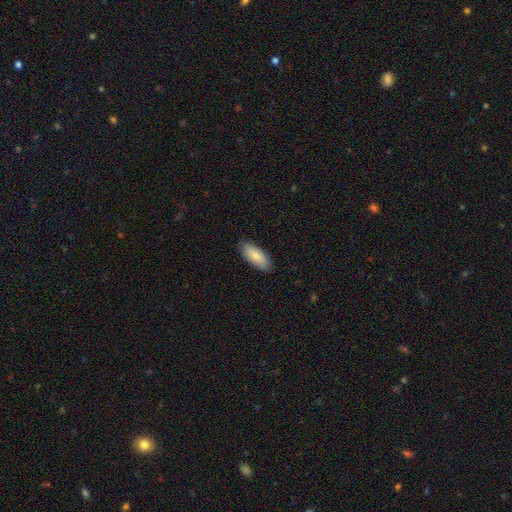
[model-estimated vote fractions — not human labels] Morphology: type=smooth (83%); roundness=in between (83%); merging=none (87%).